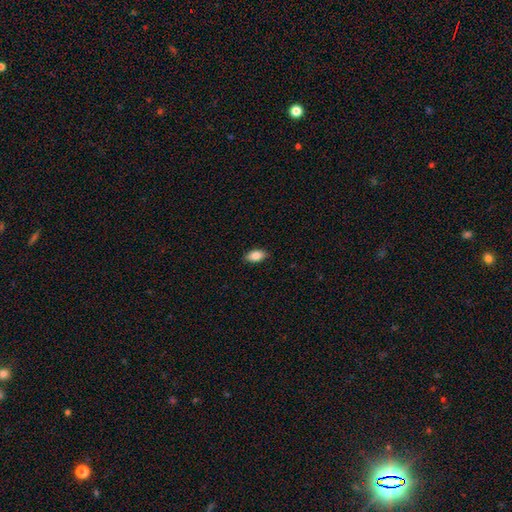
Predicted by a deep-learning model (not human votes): Smooth or featured?
  - smooth: 85% *
  - featured or disk: 8%
  - star or artifact: 7%
How rounded?
  - in between: 92% *
  - round: 5%
  - cigar-shaped: 3%
Merging?
  - none: 88% *
  - minor disturbance: 9%
  - major disturbance: 2%
  - merger: 1%